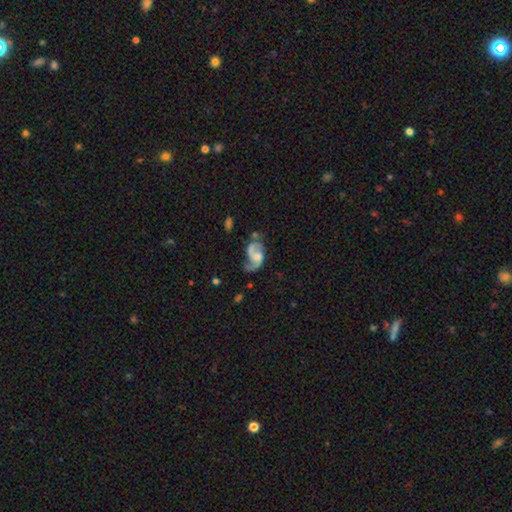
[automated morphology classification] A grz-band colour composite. It shows a featured or disk galaxy (85%) with no bar (51%), 2 (87%) loose (48%) spiral arms (95%) and a moderate central bulge (37%). Merging: none (53%).